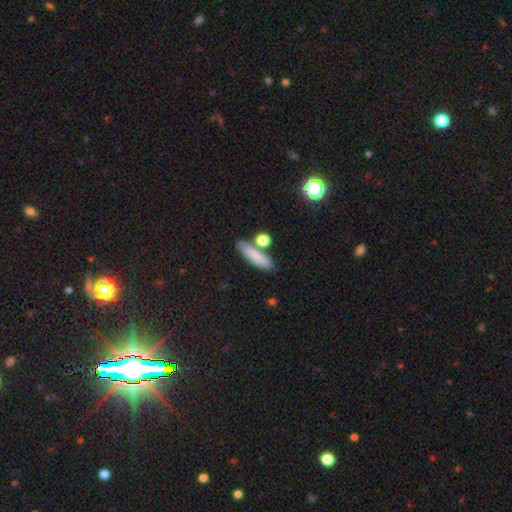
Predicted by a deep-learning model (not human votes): A smooth galaxy with no disk features (81%) that is cigar-shaped (61%).

Vote fractions:
- Smooth or featured? smooth: 81% / featured or disk: 11% / star or artifact: 8%
- How rounded? cigar-shaped: 61% / in between: 34% / round: 5%
- Merging? none: 70% / minor disturbance: 13% / merger: 13% / major disturbance: 4%